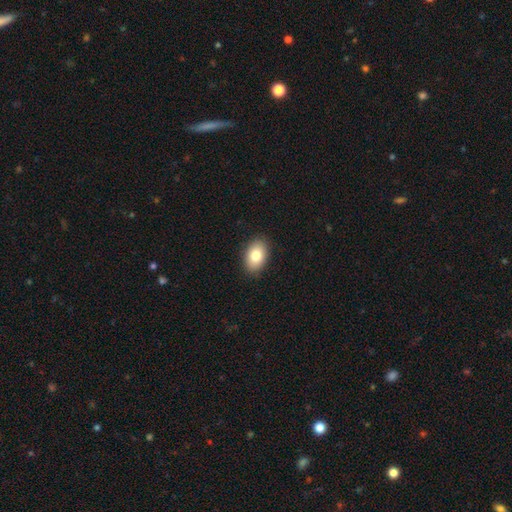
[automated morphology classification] This appears to be a smooth galaxy with no disk features (81%) that is in between round and cigar-shaped (87%). Merging: none (89%).